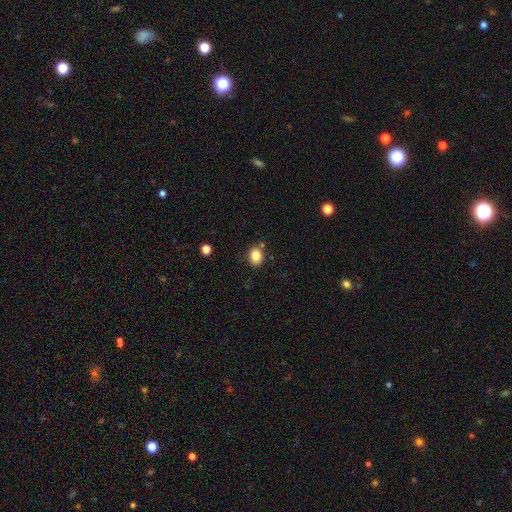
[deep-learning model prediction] A smooth galaxy with no disk features (84%) that is round (50%).

Vote fractions:
- Smooth or featured? smooth: 84% / star or artifact: 10% / featured or disk: 6%
- How rounded? round: 50% / in between: 49% / cigar-shaped: 1%
- Merging? none: 80% / minor disturbance: 12% / merger: 5% / major disturbance: 3%